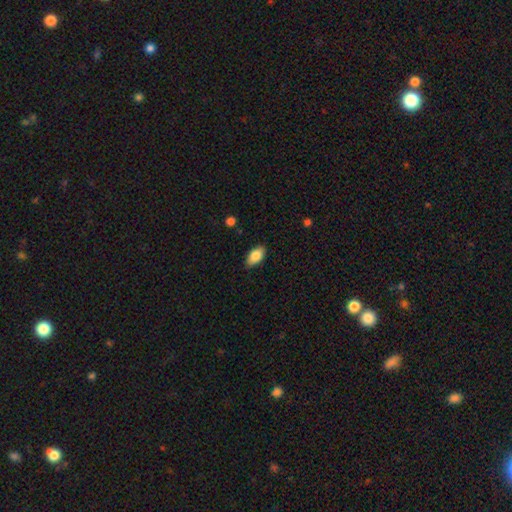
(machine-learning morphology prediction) smooth 84%, featured or disk 9%, star or artifact 7%. Down the decision tree: how rounded — in between (93%); merging — none (85%).